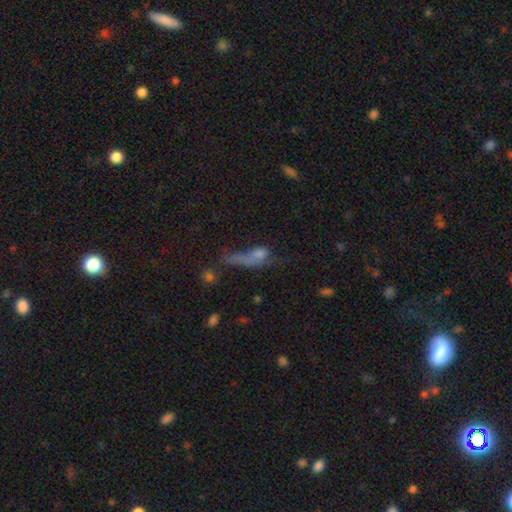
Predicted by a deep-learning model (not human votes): This appears to be a smooth galaxy with no disk features (55%) that is in between round and cigar-shaped (49%). Merging: major disturbance (36%).